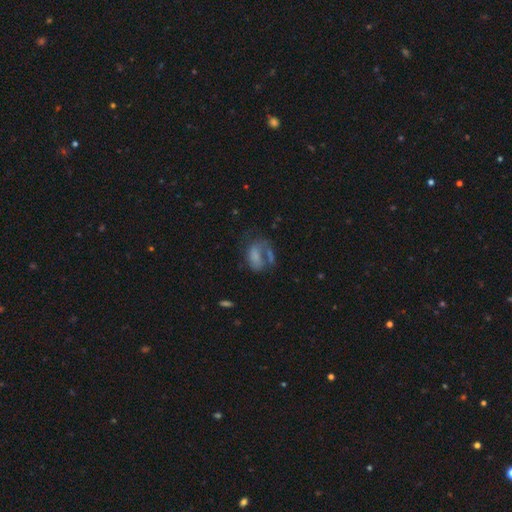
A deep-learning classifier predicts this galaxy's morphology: type=smooth (53%); roundness=in between (83%); merging=major disturbance (38%).